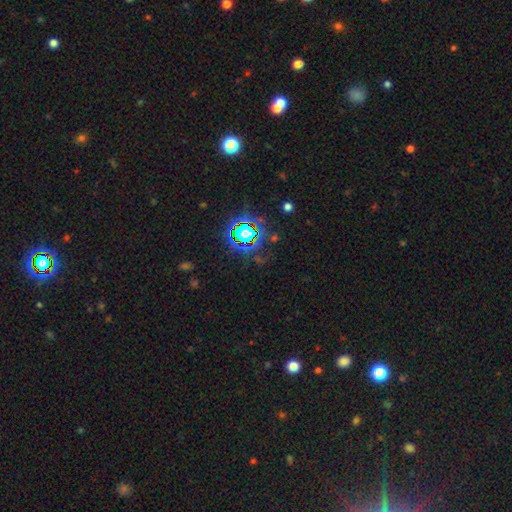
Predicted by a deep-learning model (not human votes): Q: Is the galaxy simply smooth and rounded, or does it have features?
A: star or artifact — 78%.